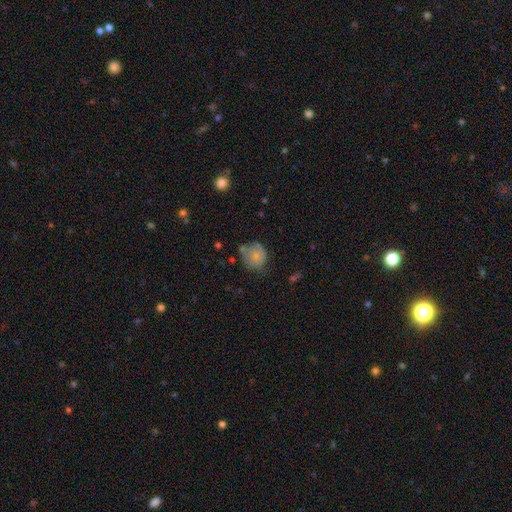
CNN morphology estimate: This is likely a smooth galaxy (75%). How rounded: clearly round (86%). Merging: possibly none (58%).